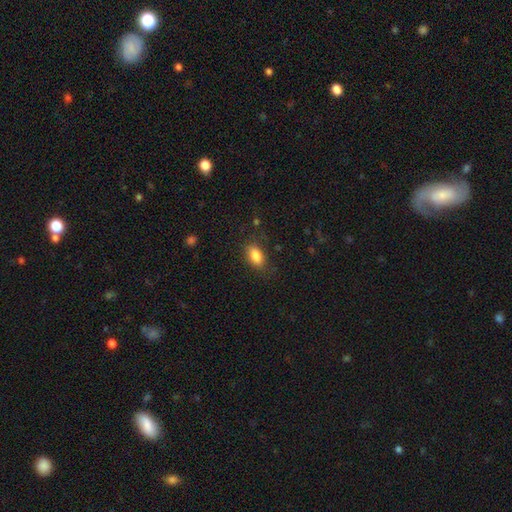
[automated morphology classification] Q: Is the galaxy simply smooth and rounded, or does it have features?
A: smooth — 85%.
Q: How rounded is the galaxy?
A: in between — 89%.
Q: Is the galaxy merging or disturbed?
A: none — 79%.